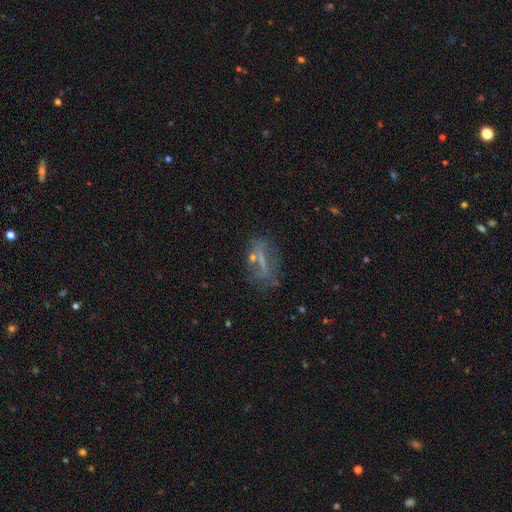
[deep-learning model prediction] A featured or disk galaxy (48%).

Vote fractions:
- Smooth or featured? featured or disk: 48% / smooth: 35% / star or artifact: 17%
- Merging? none: 54% / minor disturbance: 20% / major disturbance: 19% / merger: 6%